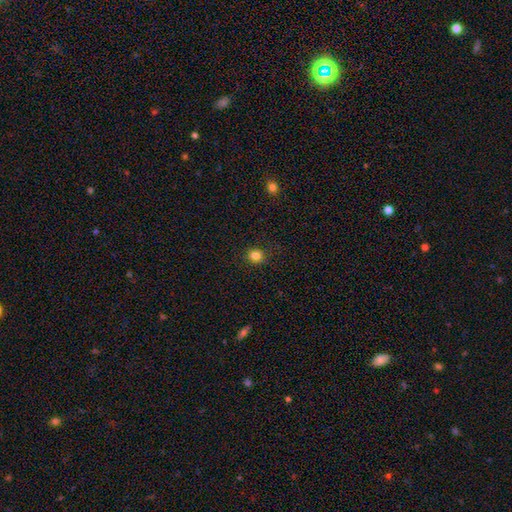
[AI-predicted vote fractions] The model was most divided on "smooth or featured": smooth: 83%, star or artifact: 13%, featured or disk: 4%. More confident: merging — none (89%); how rounded — round (87%).